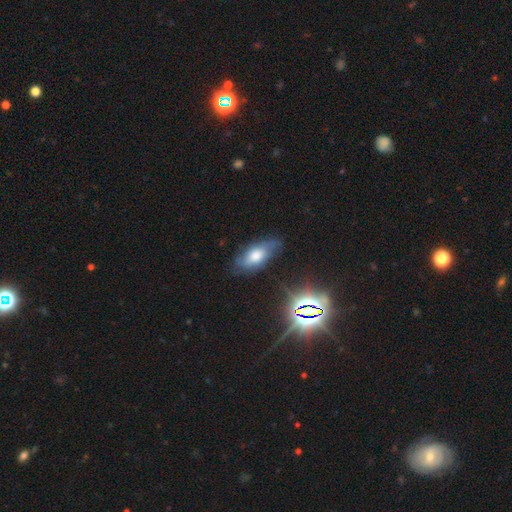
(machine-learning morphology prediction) smooth 47%, featured or disk 34%, star or artifact 19%. Down the decision tree: merging — none (71%).